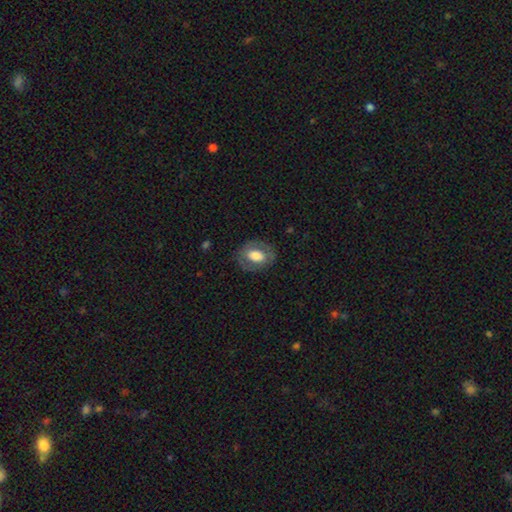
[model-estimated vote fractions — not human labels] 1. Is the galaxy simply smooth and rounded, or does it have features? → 57% smooth, 36% featured or disk, 7% star or artifact.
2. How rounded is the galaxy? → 73% in between, 26% round, 1% cigar-shaped.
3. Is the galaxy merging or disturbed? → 78% none, 14% minor disturbance, 7% major disturbance, 1% merger.